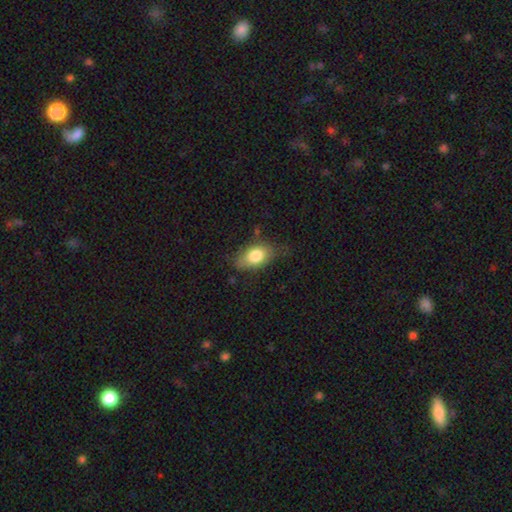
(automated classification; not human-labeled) Smooth or featured?
  - smooth: 79% *
  - featured or disk: 14%
  - star or artifact: 7%
How rounded?
  - in between: 86% *
  - round: 11%
  - cigar-shaped: 4%
Merging?
  - none: 60% *
  - minor disturbance: 29%
  - major disturbance: 9%
  - merger: 2%